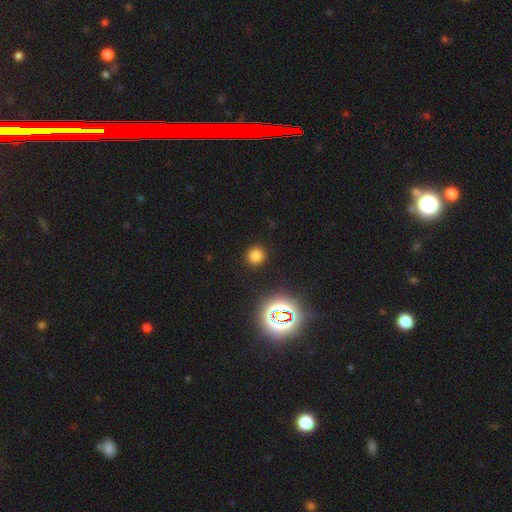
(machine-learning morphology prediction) Q: Smooth or featured?
A: smooth (75%); runner-up: star or artifact (20%)
Q: How rounded?
A: round (92%); runner-up: in between (7%)
Q: Merging?
A: none (90%); runner-up: minor disturbance (6%)